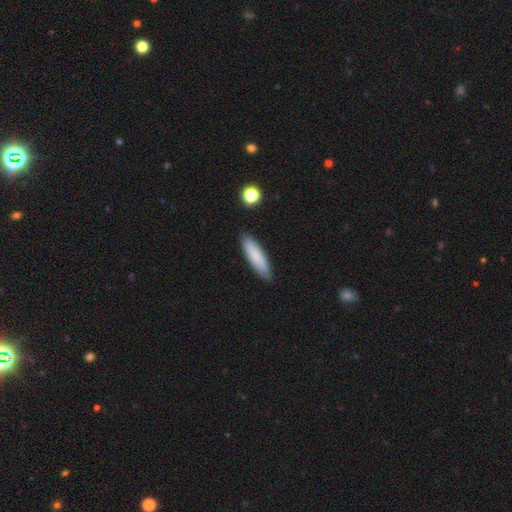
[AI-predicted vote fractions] This appears to be a smooth galaxy with no disk features (84%) that is cigar-shaped (70%). Merging: none (88%).